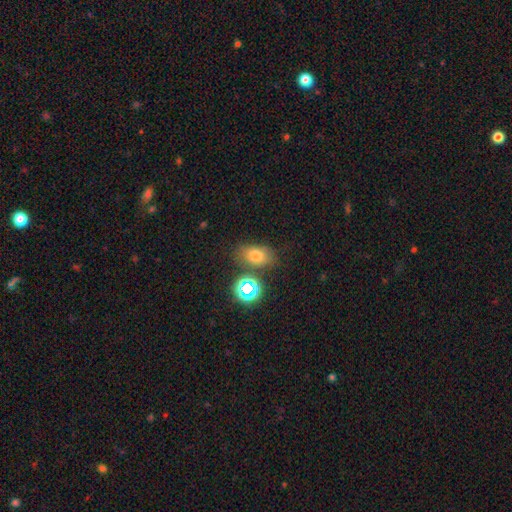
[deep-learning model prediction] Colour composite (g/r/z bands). It shows a smooth galaxy with no disk features (71%) that is in between round and cigar-shaped (76%). Merging: none (73%).